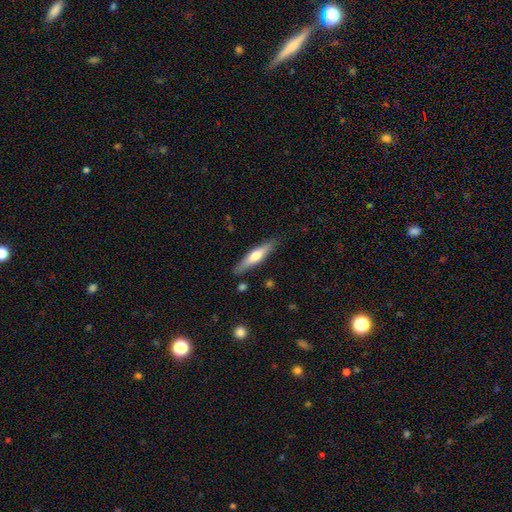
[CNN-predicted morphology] A smooth galaxy with no disk features (50%) that is cigar-shaped (82%).

Vote fractions:
- Smooth or featured? smooth: 50% / featured or disk: 44% / star or artifact: 5%
- How rounded? cigar-shaped: 82% / in between: 16% / round: 2%
- Merging? none: 85% / minor disturbance: 11% / major disturbance: 2% / merger: 2%